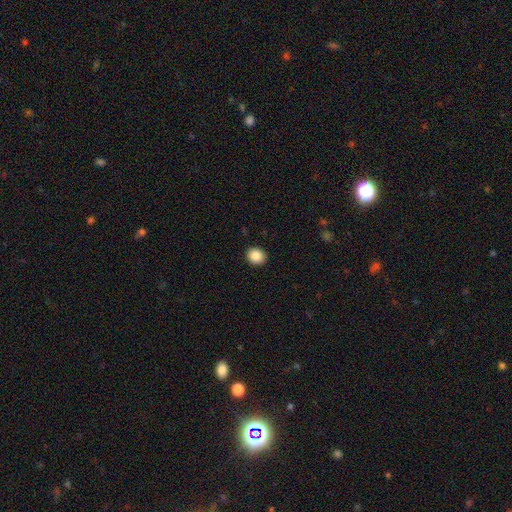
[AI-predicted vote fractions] Smooth or featured? smooth (87%)
How rounded? round (75%)
Merging? none (92%)